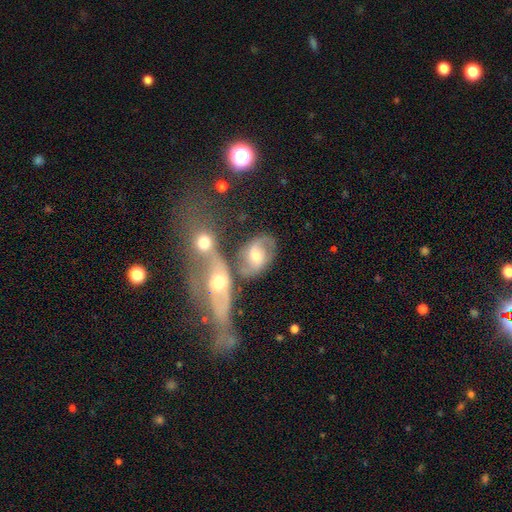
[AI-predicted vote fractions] Smooth or featured? Predicted: featured or disk (p=0.64). Edge-on disk? Predicted: no (p=0.95). Bar? Predicted: no (p=0.47). Spiral arms? Predicted: yes (p=0.79). Bulge size? Predicted: moderate (p=0.71). Merging? Predicted: none (p=0.44).